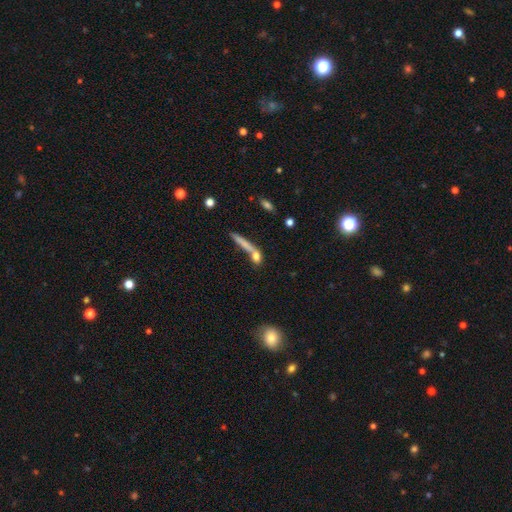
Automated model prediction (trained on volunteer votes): smooth-or-featured: smooth: 68% | featured or disk: 22% | star or artifact: 10%
  how-rounded: cigar-shaped: 62% | in between: 20% | round: 17%
  merging: none: 48% | merger: 33% | minor disturbance: 12% | major disturbance: 8%